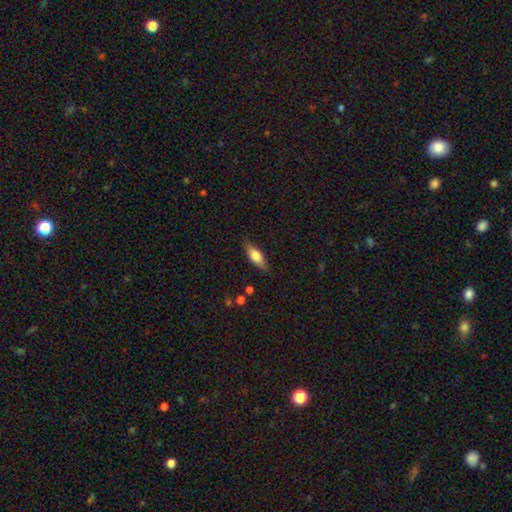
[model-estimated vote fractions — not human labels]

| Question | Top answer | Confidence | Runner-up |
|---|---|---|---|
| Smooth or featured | smooth | 64% | featured or disk (30%) |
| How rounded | in between | 62% | cigar-shaped (35%) |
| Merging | none | 83% | minor disturbance (13%) |